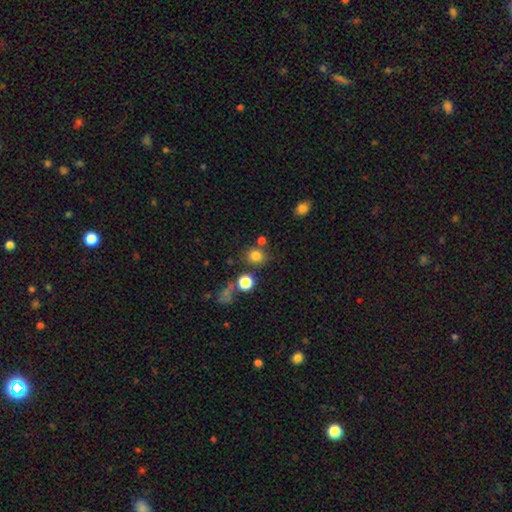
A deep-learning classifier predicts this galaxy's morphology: Smooth or featured? Predicted: smooth (p=0.79). How rounded? Predicted: round (p=0.81). Merging? Predicted: none (p=0.73).